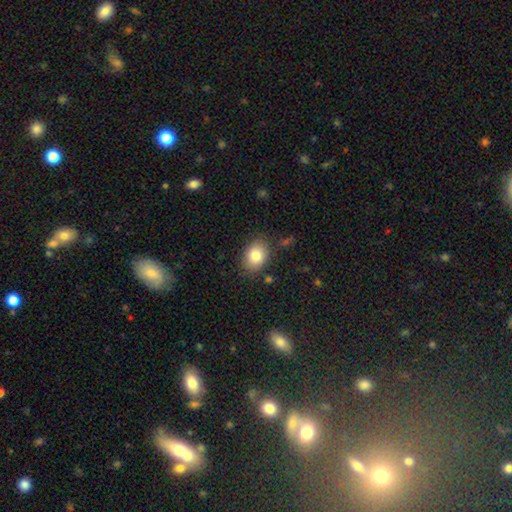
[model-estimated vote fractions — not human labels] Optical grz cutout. It shows a smooth galaxy with no disk features (82%) that is in between round and cigar-shaped (66%). Merging: none (81%).